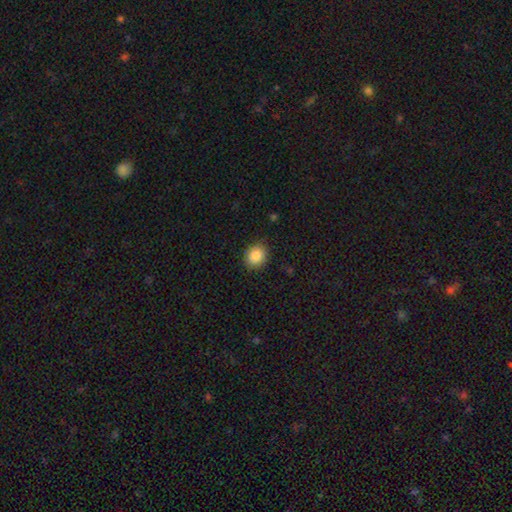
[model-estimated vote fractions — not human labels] Smooth or featured: smooth — 87% (star or artifact — 9%)
How rounded: round — 62% (in between — 37%)
Merging: none — 88% (minor disturbance — 9%)